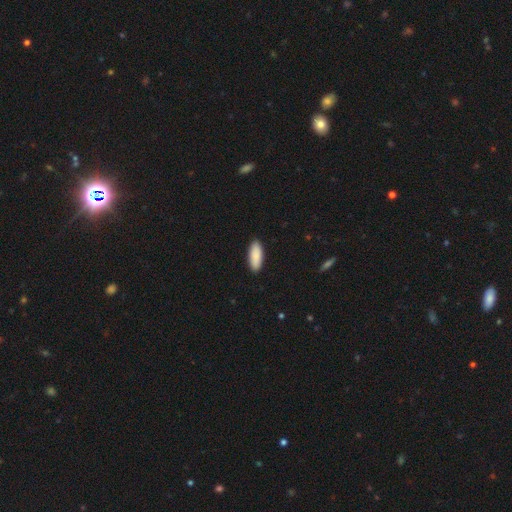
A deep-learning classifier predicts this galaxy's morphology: The model was most divided on "how rounded": in between: 77%, cigar-shaped: 22%, round: 2%. More confident: merging — none (90%); smooth or featured — smooth (90%).